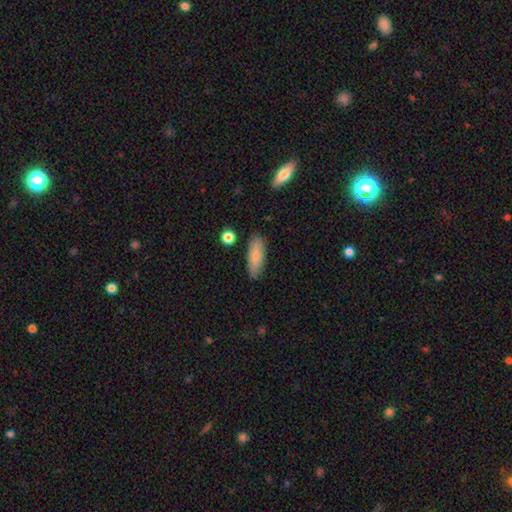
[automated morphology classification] Smooth or featured?
  - smooth: 79% *
  - featured or disk: 15%
  - star or artifact: 6%
How rounded?
  - in between: 64% *
  - cigar-shaped: 34%
  - round: 2%
Merging?
  - none: 84% *
  - minor disturbance: 11%
  - major disturbance: 2%
  - merger: 2%